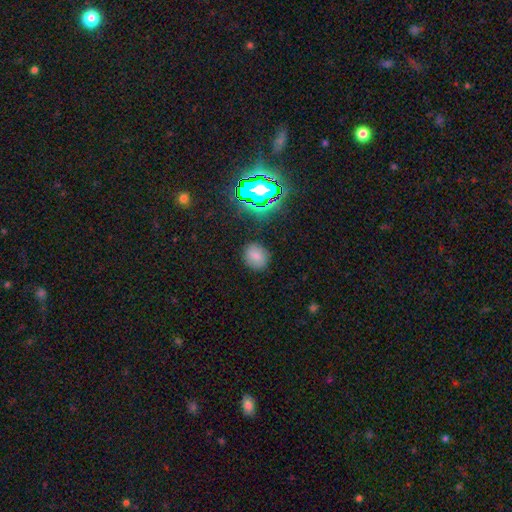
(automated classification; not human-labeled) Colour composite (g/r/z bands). It shows a smooth galaxy with no disk features (74%) that is round (58%). Merging: none (85%).